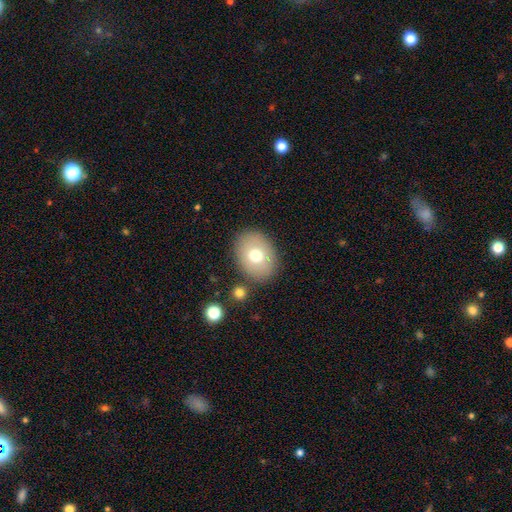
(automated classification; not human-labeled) Morphology: type=smooth (72%); roundness=in between (68%); merging=none (83%).